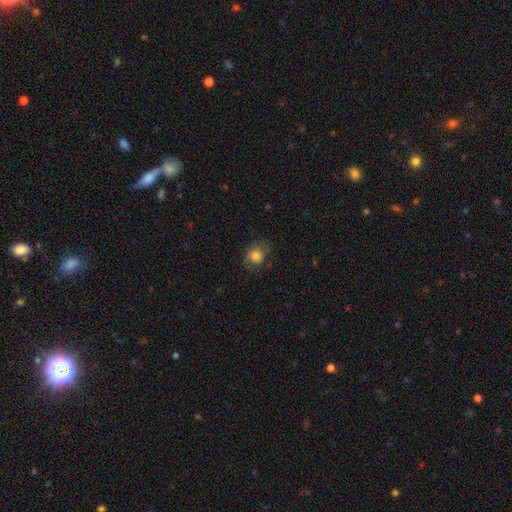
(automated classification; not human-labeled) Q: Smooth or featured?
A: smooth (75%); runner-up: featured or disk (16%)
Q: How rounded?
A: round (50%); runner-up: in between (48%)
Q: Merging?
A: none (61%); runner-up: minor disturbance (25%)